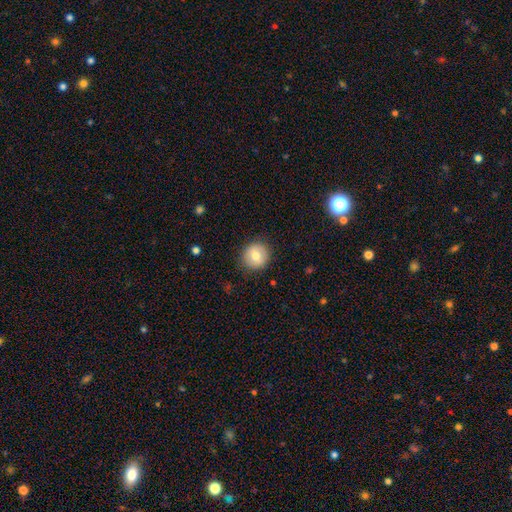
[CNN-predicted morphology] A smooth galaxy with no disk features (75%) that is round (90%).

Vote fractions:
- Smooth or featured? smooth: 75% / featured or disk: 17% / star or artifact: 8%
- How rounded? round: 90% / in between: 9% / cigar-shaped: 1%
- Merging? none: 88% / minor disturbance: 9% / major disturbance: 3% / merger: 1%